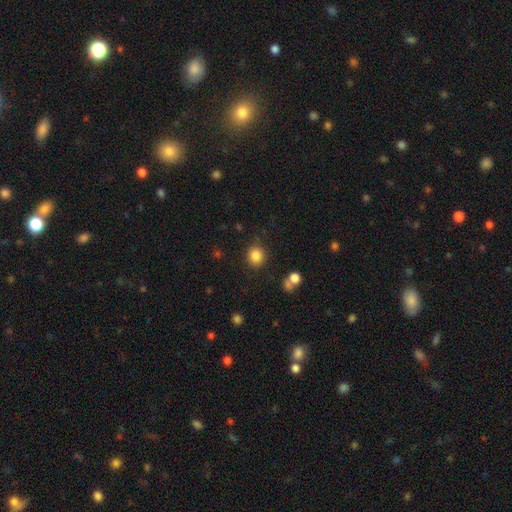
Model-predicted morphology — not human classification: smooth 85%, star or artifact 11%, featured or disk 5%. Down the decision tree: how rounded — round (86%); merging — none (84%).